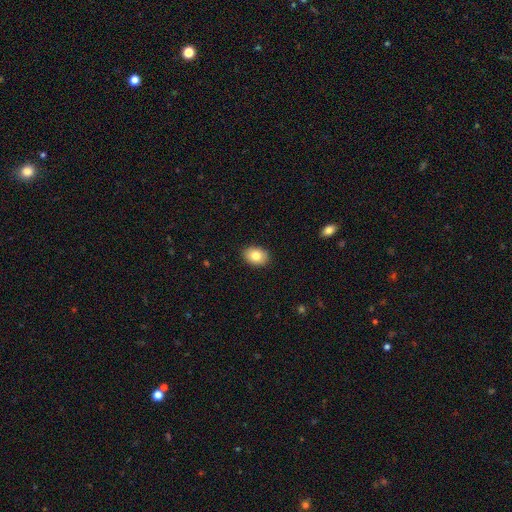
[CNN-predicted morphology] This appears to be a smooth galaxy with no disk features (82%) that is in between round and cigar-shaped (72%). Merging: none (90%).